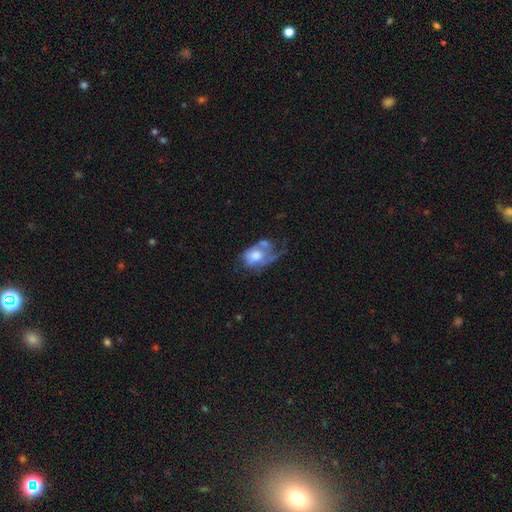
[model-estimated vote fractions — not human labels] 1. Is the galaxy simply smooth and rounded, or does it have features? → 49% featured or disk, 44% smooth, 8% star or artifact.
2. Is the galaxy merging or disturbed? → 41% major disturbance, 21% minor disturbance, 20% none, 18% merger.